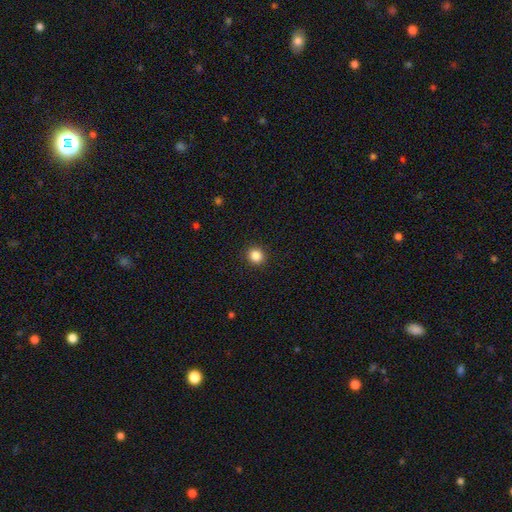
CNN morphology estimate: Smooth or featured? Predicted: smooth (p=0.86). How rounded? Predicted: round (p=0.89). Merging? Predicted: none (p=0.92).